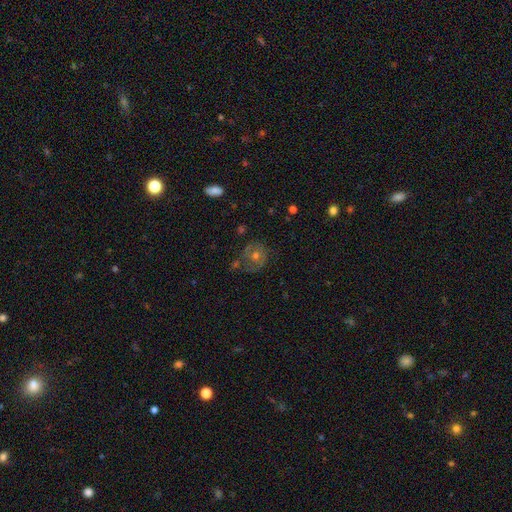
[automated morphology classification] This appears to be a featured or disk galaxy (63%) with no bar (79%), spiral arms (69%) and a moderate central bulge (71%). Merging: none (69%).